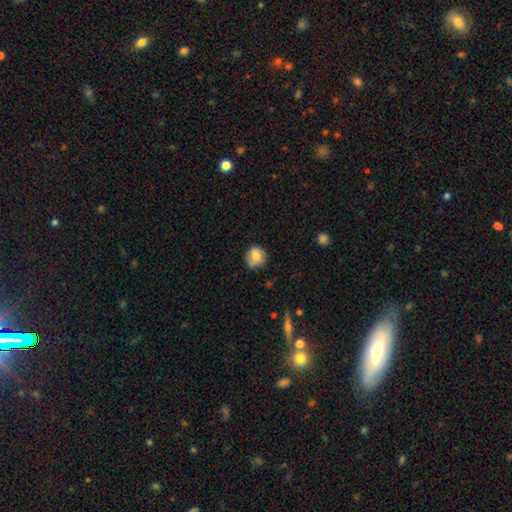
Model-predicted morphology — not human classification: smooth 80%, featured or disk 11%, star or artifact 9%. Down the decision tree: how rounded — round (84%); merging — none (72%).